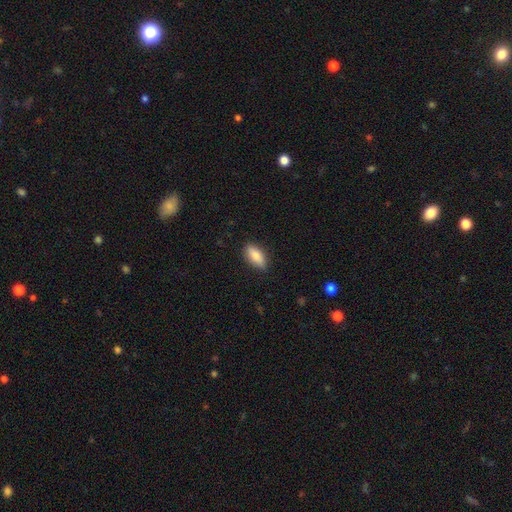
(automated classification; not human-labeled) Morphology: type=smooth (82%); roundness=in between (81%); merging=none (85%).